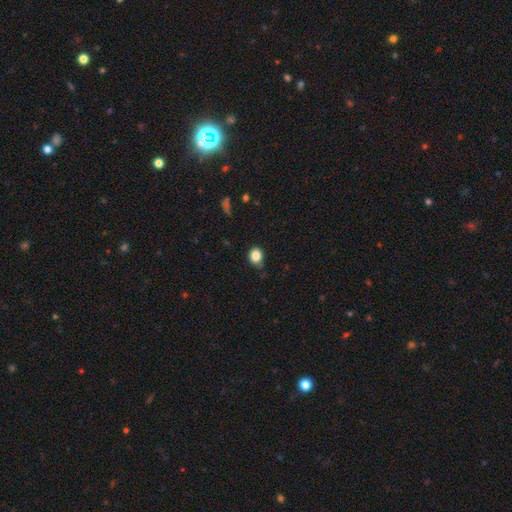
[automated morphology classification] smooth_or_featured: smooth (p=0.84) [alt: star or artifact p=0.11]
how_rounded: round (p=0.66) [alt: in between p=0.33]
merging: none (p=0.73) [alt: minor disturbance p=0.20]